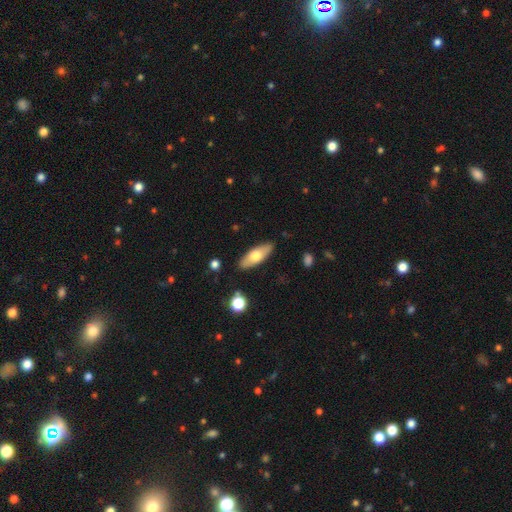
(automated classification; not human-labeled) smooth_or_featured: smooth (p=0.62) [alt: featured or disk p=0.32]
how_rounded: in between (p=0.70) [alt: cigar-shaped p=0.28]
merging: none (p=0.86) [alt: minor disturbance p=0.10]